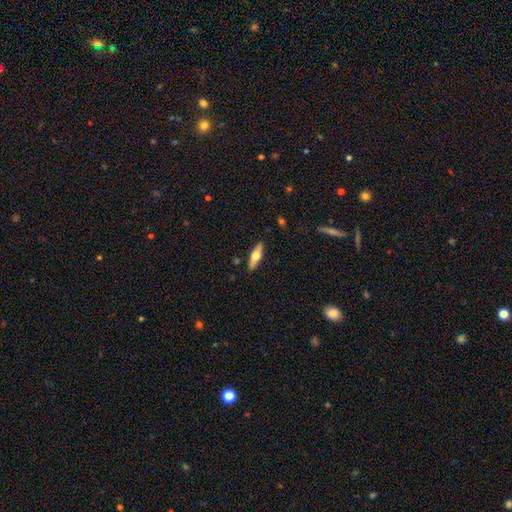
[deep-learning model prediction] The model was most divided on "smooth or featured": featured or disk: 52%, smooth: 42%, star or artifact: 6%. More confident: edge-on disk — yes (92%); merging — none (89%).